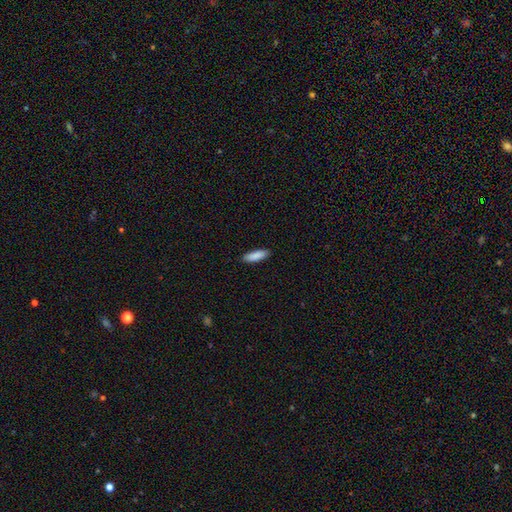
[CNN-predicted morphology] A smooth galaxy with no disk features (89%) that is cigar-shaped (55%).

Vote fractions:
- Smooth or featured? smooth: 89% / star or artifact: 6% / featured or disk: 5%
- How rounded? cigar-shaped: 55% / in between: 43% / round: 1%
- Merging? none: 89% / minor disturbance: 8% / major disturbance: 2% / merger: 1%